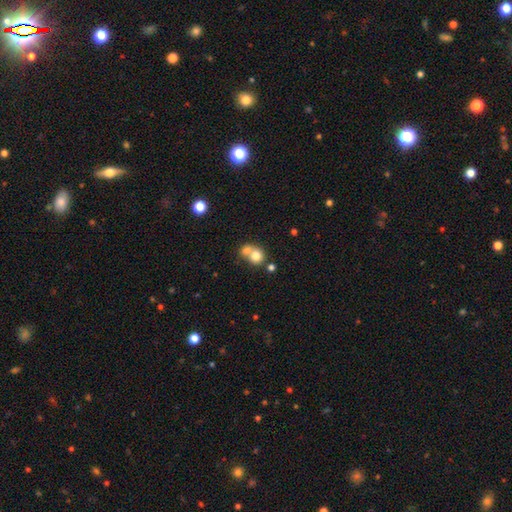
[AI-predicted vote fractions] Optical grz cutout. It shows a smooth galaxy with no disk features (75%) that is round (79%). Merging: merger (59%).